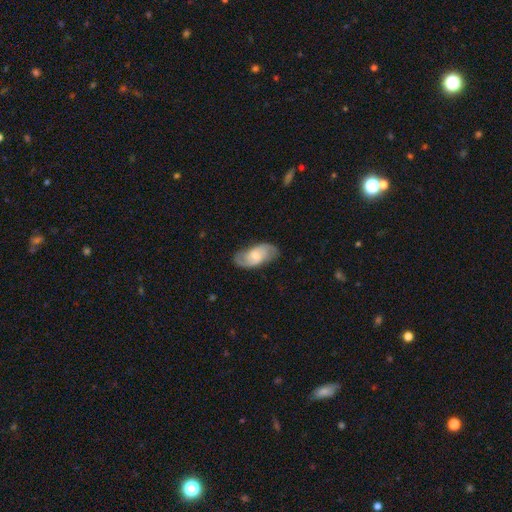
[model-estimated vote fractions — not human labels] The model was most divided on "bulge size": small: 45%, moderate: 41%, none: 7%, large: 5%, dominant: 1%. Remaining: edge-on disk — no (95%); spiral arms — yes (92%); spiral arm count — 2 (87%); merging — none (76%); smooth or featured — featured or disk (69%); bar — no (48%); spiral winding — medium (47%).